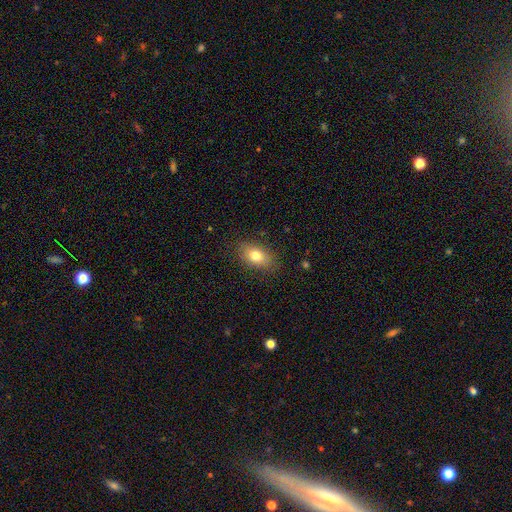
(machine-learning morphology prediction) This is likely a smooth galaxy (76%). How rounded: clearly in between (83%). Merging: clearly none (83%).